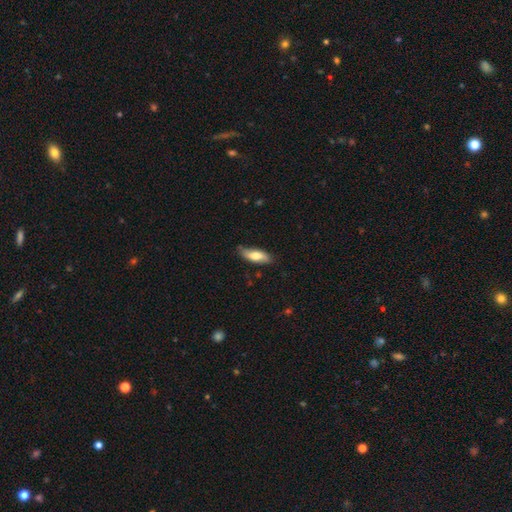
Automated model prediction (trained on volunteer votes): smooth-or-featured: smooth: 71% | featured or disk: 24% | star or artifact: 6%
  how-rounded: in between: 69% | cigar-shaped: 29% | round: 2%
  merging: none: 73% | minor disturbance: 22% | major disturbance: 3% | merger: 2%